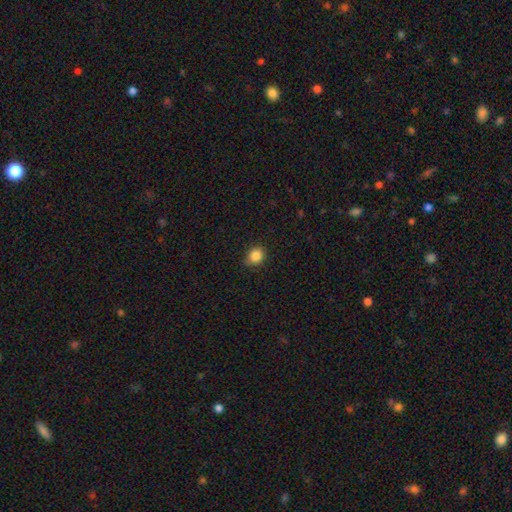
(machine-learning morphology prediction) Smooth or featured?
  - smooth: 86% *
  - star or artifact: 10%
  - featured or disk: 4%
How rounded?
  - round: 76% *
  - in between: 23%
  - cigar-shaped: 1%
Merging?
  - none: 76% *
  - minor disturbance: 20%
  - major disturbance: 3%
  - merger: 1%